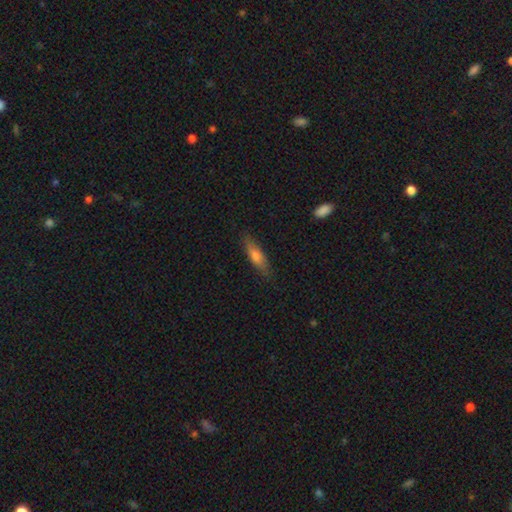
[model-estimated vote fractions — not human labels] This is likely a smooth galaxy (65%). How rounded: possibly cigar-shaped (60%). Merging: clearly none (82%).